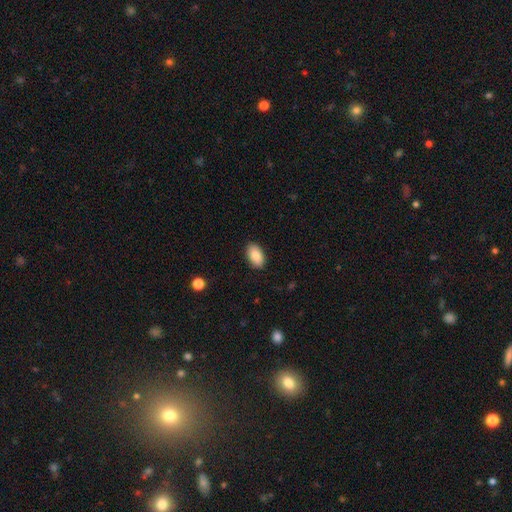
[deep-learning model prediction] Smooth or featured? Predicted: smooth (p=0.87). How rounded? Predicted: in between (p=0.94). Merging? Predicted: none (p=0.89).